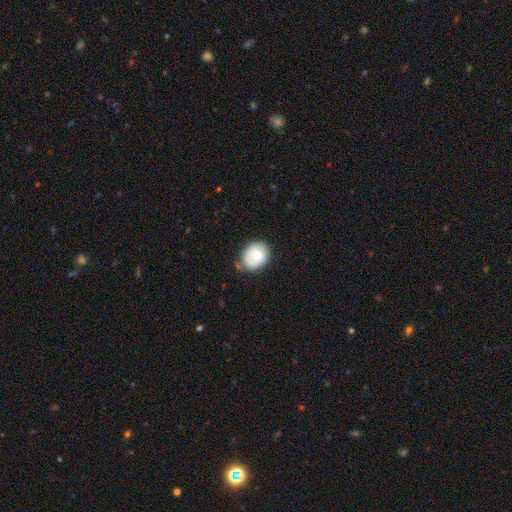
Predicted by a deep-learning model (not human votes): Smooth or featured: smooth — 74% (featured or disk — 19%)
How rounded: round — 57% (in between — 42%)
Merging: none — 69% (minor disturbance — 24%)